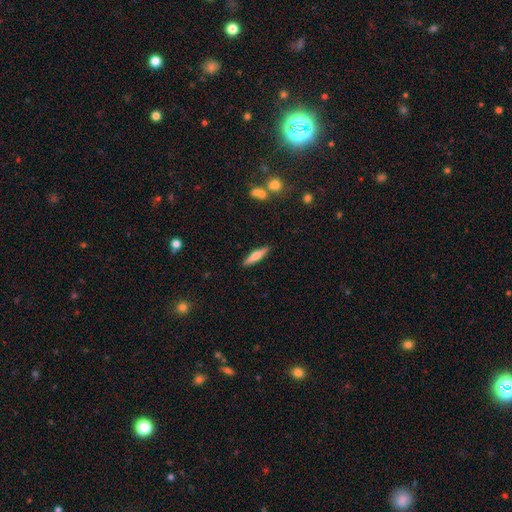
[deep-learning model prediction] Smooth or featured? Predicted: smooth (p=0.56). How rounded? Predicted: cigar-shaped (p=0.80). Merging? Predicted: none (p=0.89).